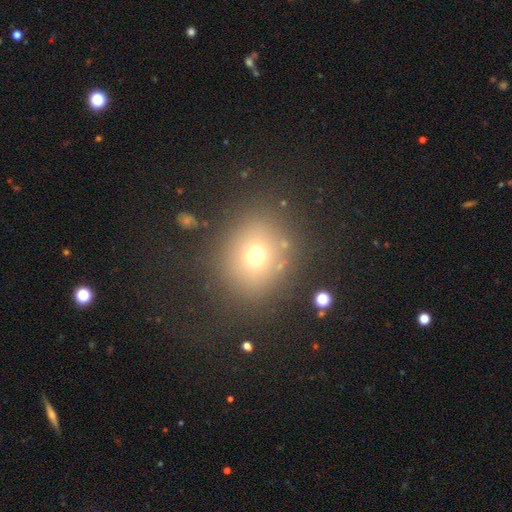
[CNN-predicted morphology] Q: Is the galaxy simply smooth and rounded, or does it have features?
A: smooth — 67%.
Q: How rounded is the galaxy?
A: round — 75%.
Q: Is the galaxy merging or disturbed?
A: none — 81%.